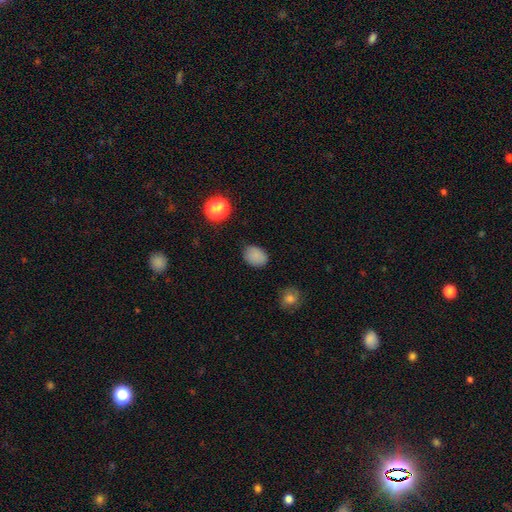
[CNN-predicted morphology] type=smooth (84%); roundness=in between (67%); merging=none (82%).